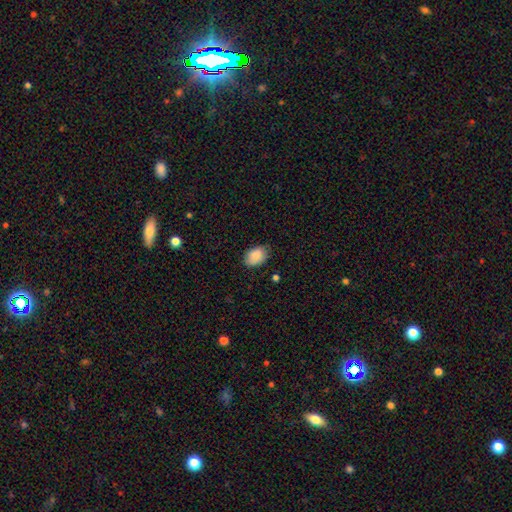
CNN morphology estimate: Overall: smooth (86%). How rounded: in between (85%). Merging: none (75%).